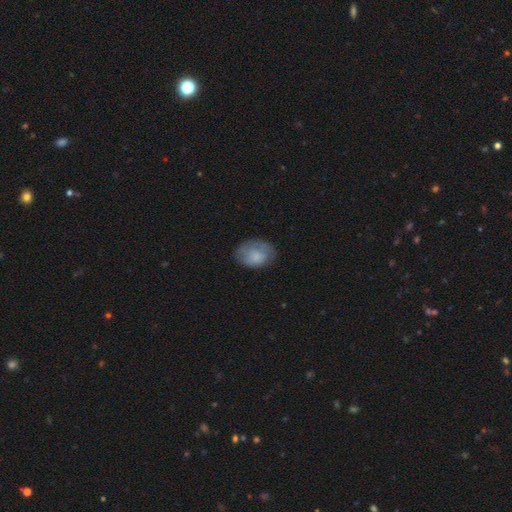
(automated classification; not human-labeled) smooth_or_featured: smooth (p=0.71) [alt: featured or disk p=0.22]
how_rounded: in between (p=0.79) [alt: round p=0.20]
merging: none (p=0.64) [alt: minor disturbance p=0.26]